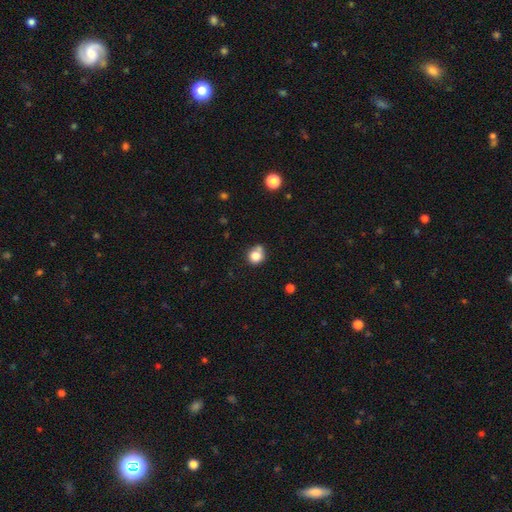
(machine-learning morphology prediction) smooth-or-featured: smooth: 80% | star or artifact: 11% | featured or disk: 8%
  how-rounded: round: 85% | in between: 14% | cigar-shaped: 1%
  merging: none: 60% | merger: 19% | minor disturbance: 16% | major disturbance: 5%